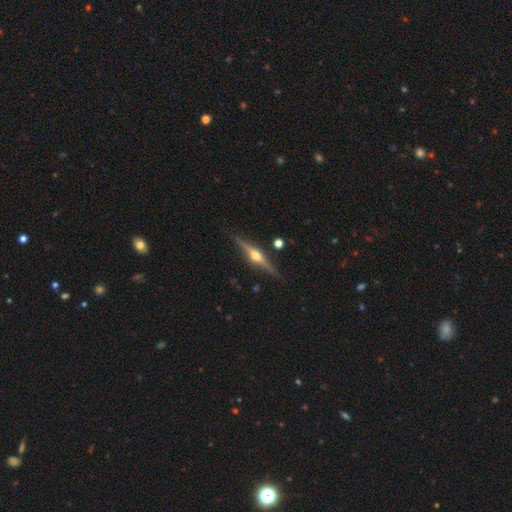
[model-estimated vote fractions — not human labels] smooth-or-featured: featured or disk: 82% | smooth: 13% | star or artifact: 6%
  disk-edge-on: yes: 98% | no: 2%
    edge-on-bulge: rounded: 96% | boxy: 2% | none: 2%
  merging: none: 88% | minor disturbance: 8% | merger: 2% | major disturbance: 2%